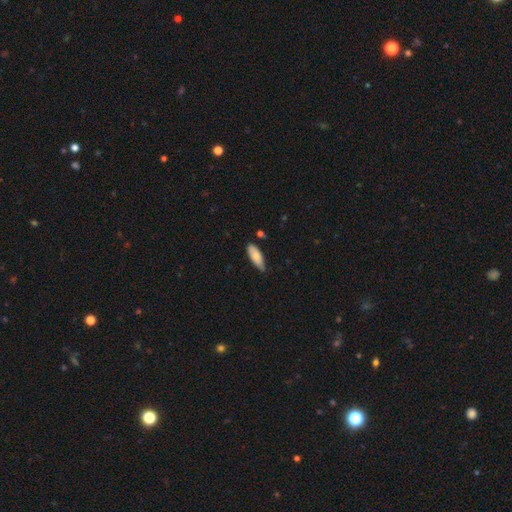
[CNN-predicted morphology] This is clearly a smooth galaxy (81%). How rounded: likely in between (70%). Merging: likely none (70%).